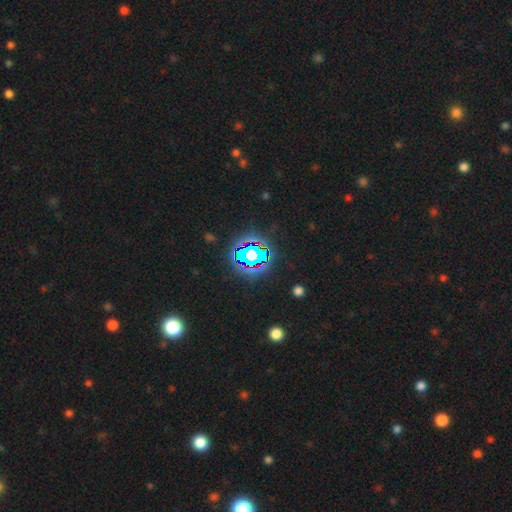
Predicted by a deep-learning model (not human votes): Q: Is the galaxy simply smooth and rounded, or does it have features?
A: star or artifact — 78%.